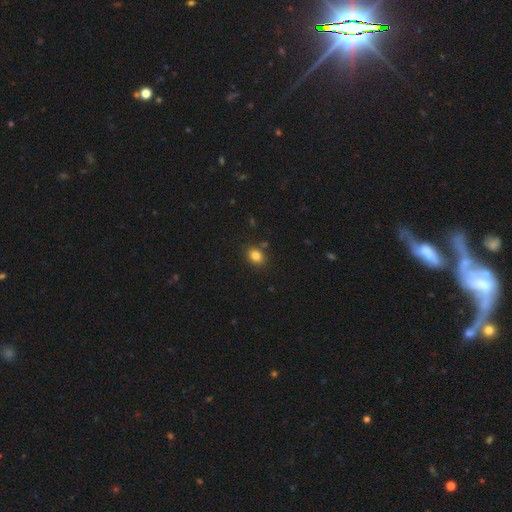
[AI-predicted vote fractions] Smooth or featured: smooth — 84% (star or artifact — 11%)
How rounded: in between — 53% (round — 46%)
Merging: none — 84% (minor disturbance — 10%)